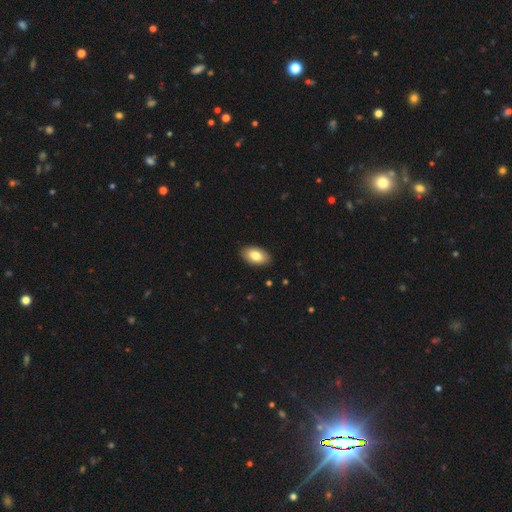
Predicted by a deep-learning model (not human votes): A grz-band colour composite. It shows a smooth galaxy with no disk features (82%) that is in between round and cigar-shaped (94%). Merging: none (89%).